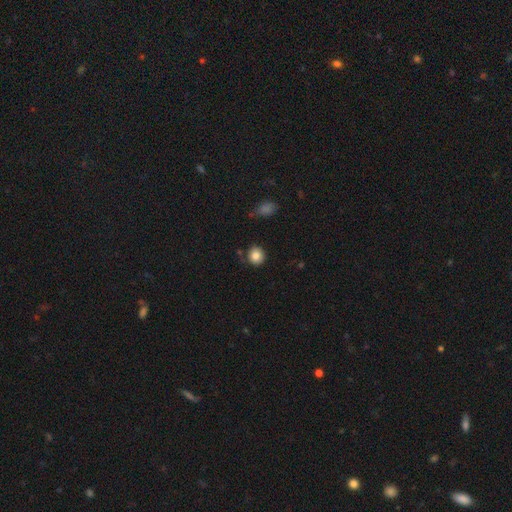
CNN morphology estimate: The model was most divided on "merging": none: 83%, minor disturbance: 11%, merger: 3%, major disturbance: 3%. More confident: how rounded — round (86%); smooth or featured — smooth (83%).